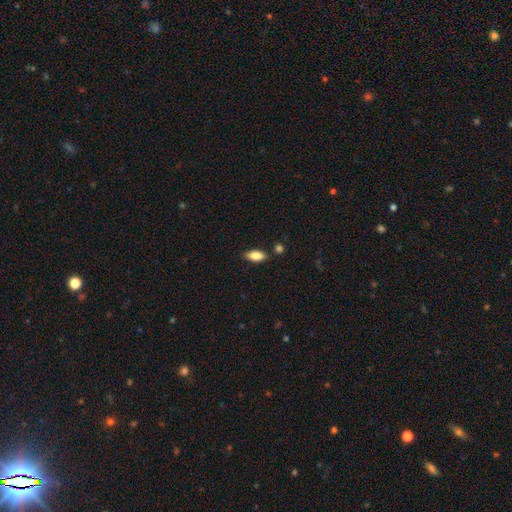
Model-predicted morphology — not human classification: This is clearly a smooth galaxy (83%). How rounded: clearly in between (84%). Merging: clearly none (82%).